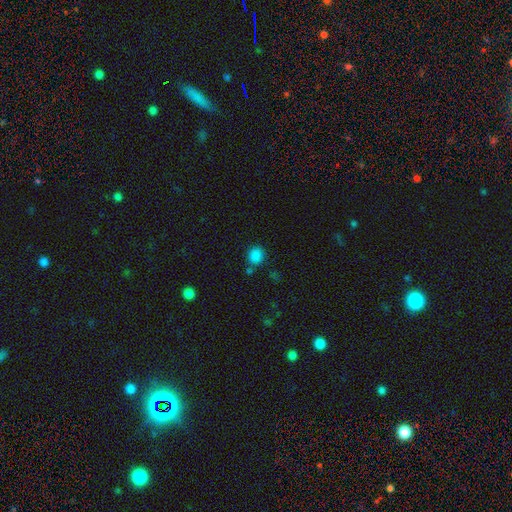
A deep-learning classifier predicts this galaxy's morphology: A smooth galaxy with no disk features (84%) that is round (76%). Merging: none (75%).